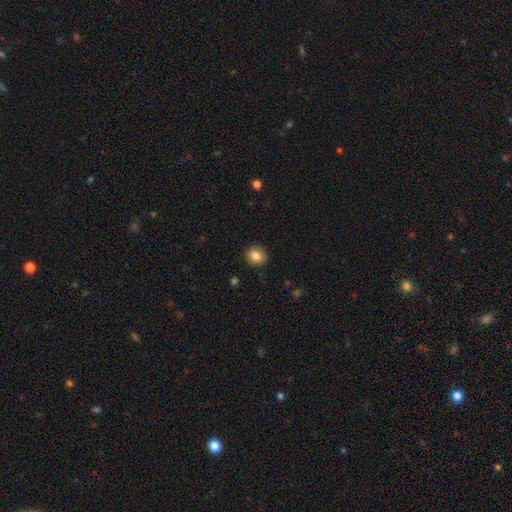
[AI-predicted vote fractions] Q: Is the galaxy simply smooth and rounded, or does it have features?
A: smooth — 83%.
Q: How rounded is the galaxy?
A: round — 84%.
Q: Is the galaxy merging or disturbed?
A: none — 90%.